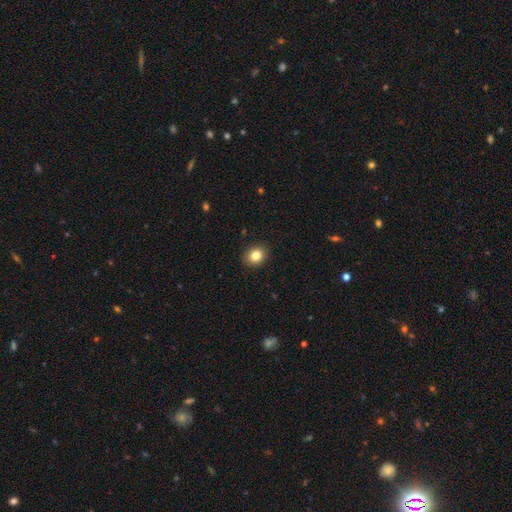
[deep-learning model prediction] Smooth or featured?
  - smooth: 83% *
  - star or artifact: 10%
  - featured or disk: 7%
How rounded?
  - round: 64% *
  - in between: 35%
  - cigar-shaped: 1%
Merging?
  - none: 90% *
  - minor disturbance: 7%
  - major disturbance: 2%
  - merger: 1%